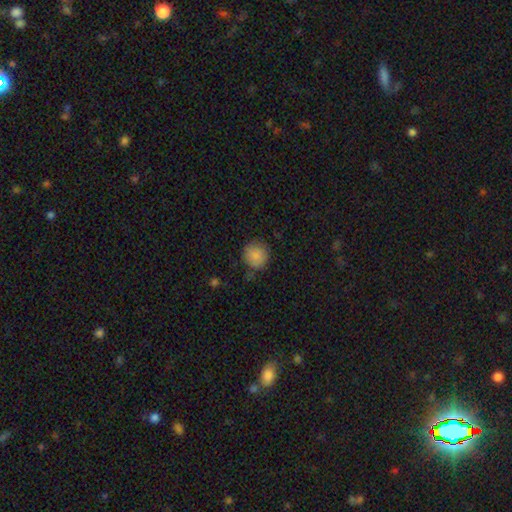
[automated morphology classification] Smooth or featured? smooth (87%)
How rounded? round (91%)
Merging? none (80%)